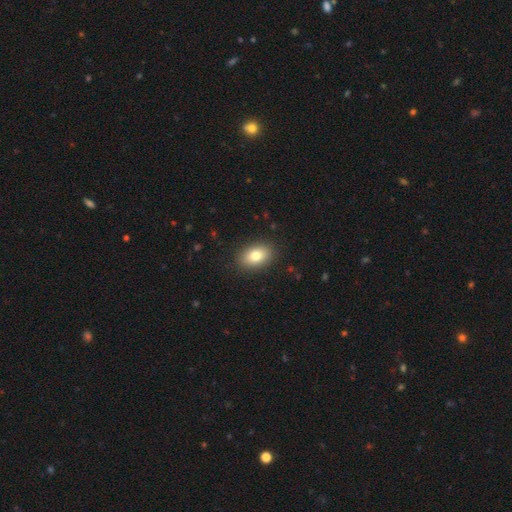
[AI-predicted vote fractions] Morphology: type=smooth (80%); roundness=in between (82%); merging=none (89%).